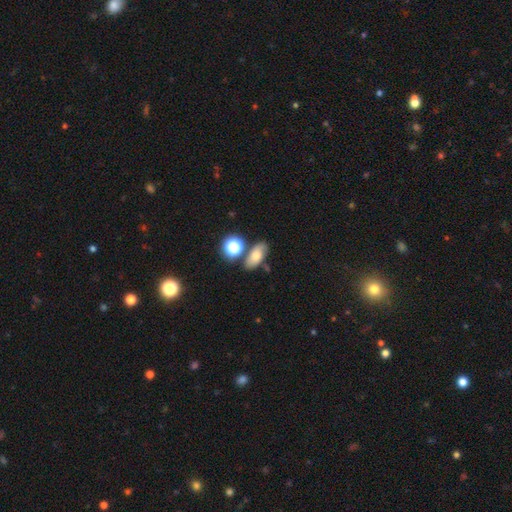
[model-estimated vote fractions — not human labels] smooth 66%, featured or disk 20%, star or artifact 14%. Down the decision tree: how rounded — in between (78%); merging — none (66%).